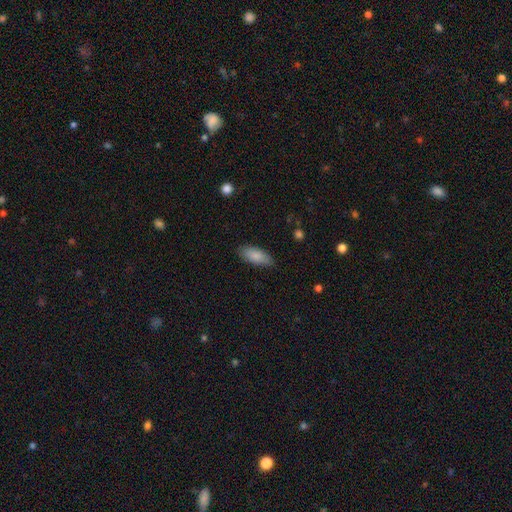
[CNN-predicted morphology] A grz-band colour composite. It shows a smooth galaxy with no disk features (85%) that is in between round and cigar-shaped (81%). Merging: none (79%).